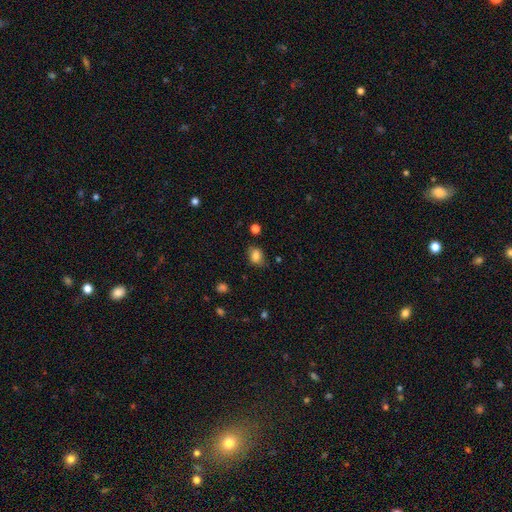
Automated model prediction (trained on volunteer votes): smooth-or-featured: smooth: 83% | star or artifact: 10% | featured or disk: 7%
  how-rounded: in between: 57% | round: 42% | cigar-shaped: 1%
  merging: none: 77% | minor disturbance: 17% | major disturbance: 4% | merger: 2%